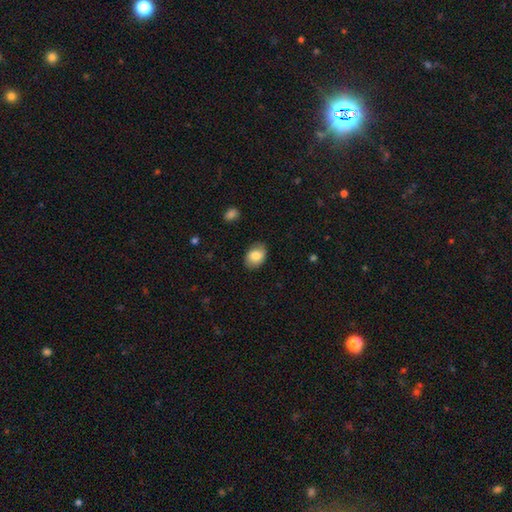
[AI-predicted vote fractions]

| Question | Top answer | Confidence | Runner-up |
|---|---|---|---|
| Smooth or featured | smooth | 82% | featured or disk (11%) |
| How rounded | in between | 78% | round (21%) |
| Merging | none | 83% | minor disturbance (14%) |